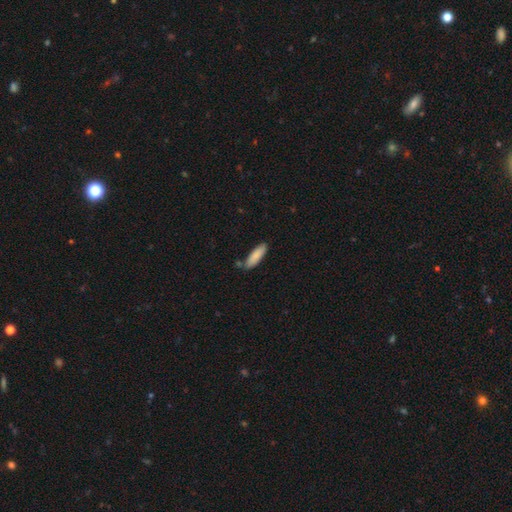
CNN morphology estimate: Overall: smooth (86%). How rounded: cigar-shaped (52%; in between 46%). Merging: none (75%).